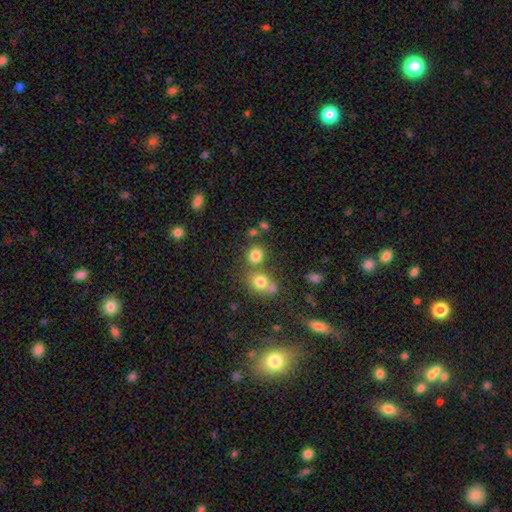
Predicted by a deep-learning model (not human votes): A smooth galaxy with no disk features (79%) that is round (83%).

Vote fractions:
- Smooth or featured? smooth: 79% / star or artifact: 14% / featured or disk: 7%
- How rounded? round: 83% / in between: 16% / cigar-shaped: 1%
- Merging? none: 66% / merger: 21% / minor disturbance: 9% / major disturbance: 4%